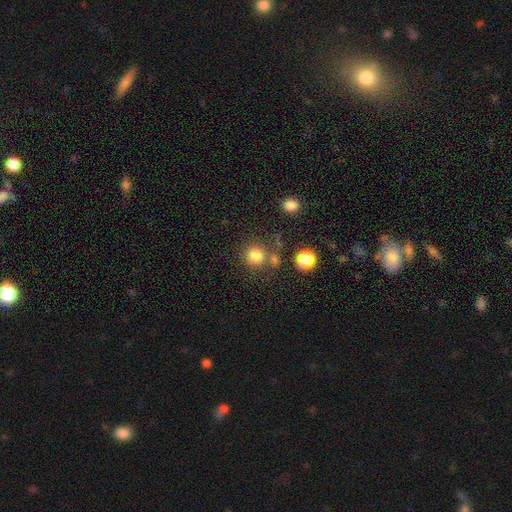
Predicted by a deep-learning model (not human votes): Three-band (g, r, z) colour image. It shows a smooth galaxy with no disk features (81%) that is round (91%). Merging: none (71%).